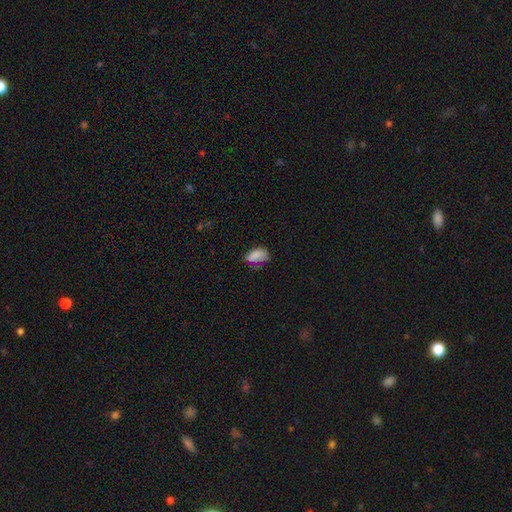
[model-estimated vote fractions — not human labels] A smooth galaxy with no disk features (78%) that is in between round and cigar-shaped (89%). Merging: none (43%).